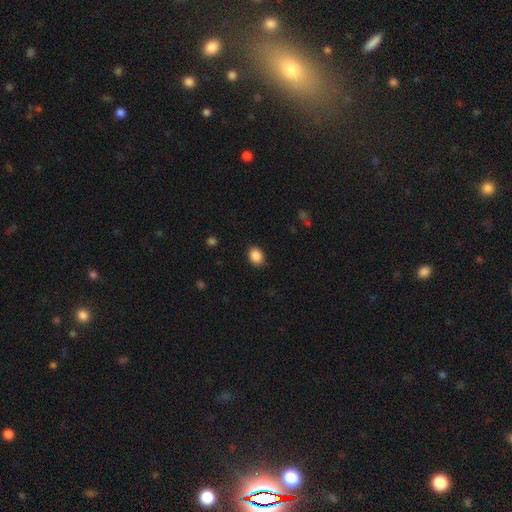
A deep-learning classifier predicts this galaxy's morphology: Smooth or featured?
  - smooth: 88% *
  - star or artifact: 9%
  - featured or disk: 3%
How rounded?
  - in between: 53% *
  - round: 46%
  - cigar-shaped: 1%
Merging?
  - none: 86% *
  - minor disturbance: 10%
  - major disturbance: 3%
  - merger: 1%